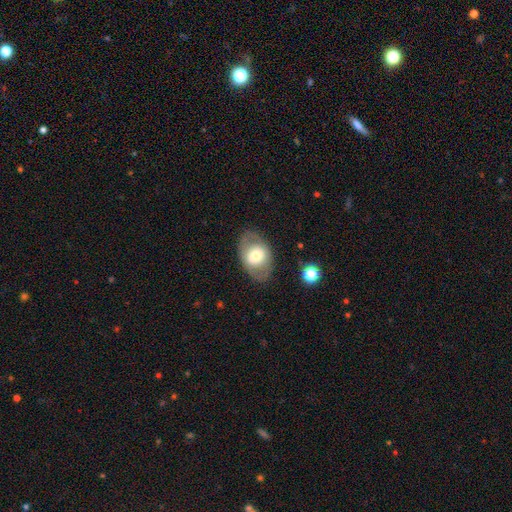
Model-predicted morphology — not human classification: Smooth or featured: smooth — 54% (featured or disk — 39%)
How rounded: in between — 76% (round — 22%)
Merging: none — 79% (minor disturbance — 13%)